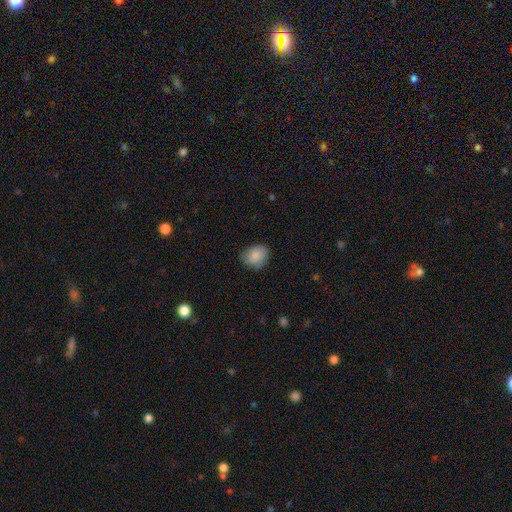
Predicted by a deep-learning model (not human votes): The model was most divided on "how rounded": in between: 53%, round: 46%, cigar-shaped: 1%. More confident: smooth or featured — smooth (87%); merging — none (75%).